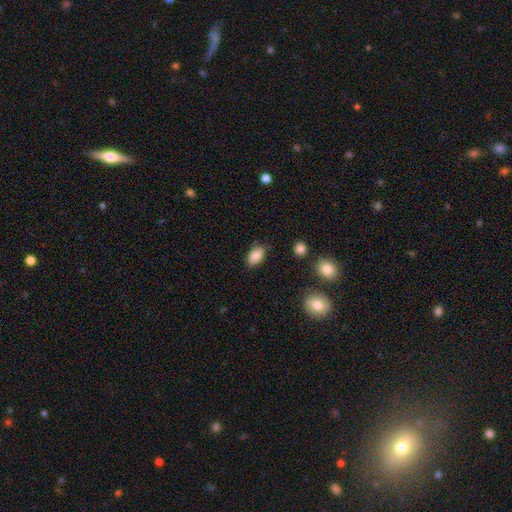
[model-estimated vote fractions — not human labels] The model was most divided on "merging": none: 82%, minor disturbance: 13%, major disturbance: 3%, merger: 2%. More confident: how rounded — in between (91%); smooth or featured — smooth (85%).